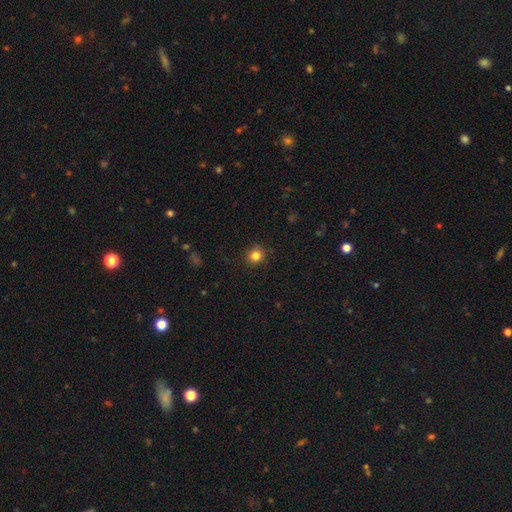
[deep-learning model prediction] smooth 83%, star or artifact 12%, featured or disk 5%. Down the decision tree: how rounded — round (89%); merging — none (89%).